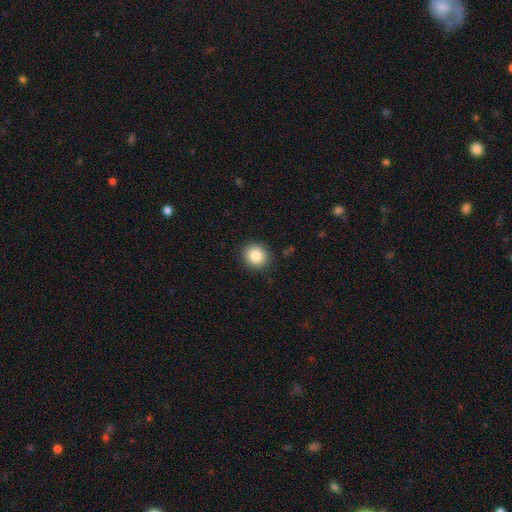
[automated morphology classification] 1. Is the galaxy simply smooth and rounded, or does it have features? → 84% smooth, 9% star or artifact, 7% featured or disk.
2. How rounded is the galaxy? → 83% round, 16% in between, 1% cigar-shaped.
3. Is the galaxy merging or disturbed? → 90% none, 7% minor disturbance, 2% major disturbance, 1% merger.